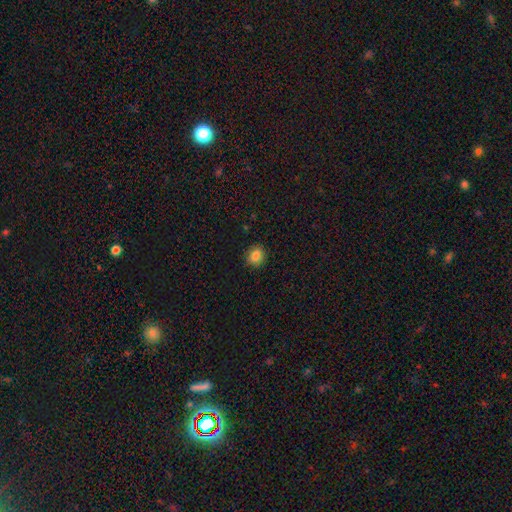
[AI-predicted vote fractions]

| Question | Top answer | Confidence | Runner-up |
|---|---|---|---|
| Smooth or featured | smooth | 84% | star or artifact (10%) |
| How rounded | round | 75% | in between (24%) |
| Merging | none | 89% | minor disturbance (8%) |